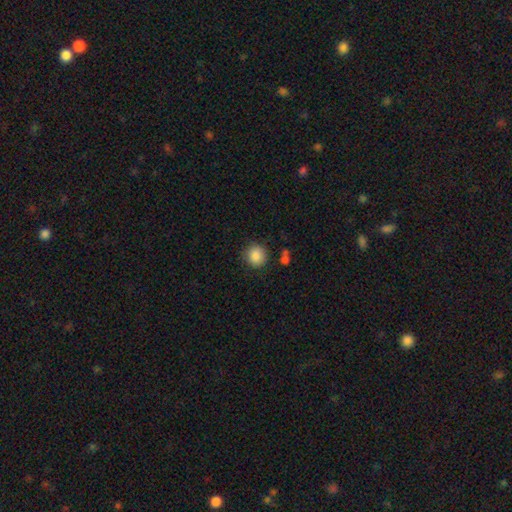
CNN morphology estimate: This appears to be a smooth galaxy with no disk features (88%) that is round (88%). Merging: none (83%).